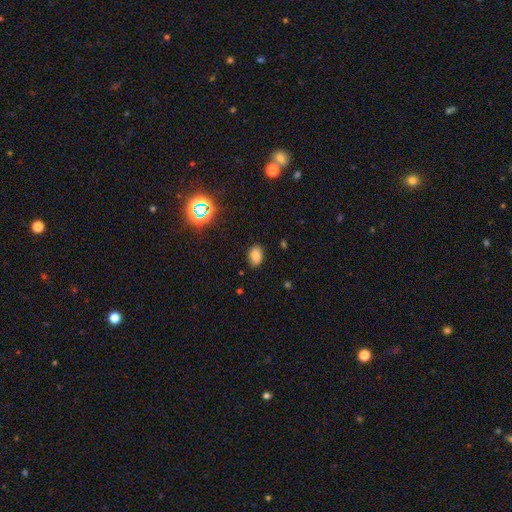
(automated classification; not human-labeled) Q: Smooth or featured?
A: smooth (79%); runner-up: star or artifact (15%)
Q: How rounded?
A: in between (83%); runner-up: round (16%)
Q: Merging?
A: none (84%); runner-up: minor disturbance (11%)